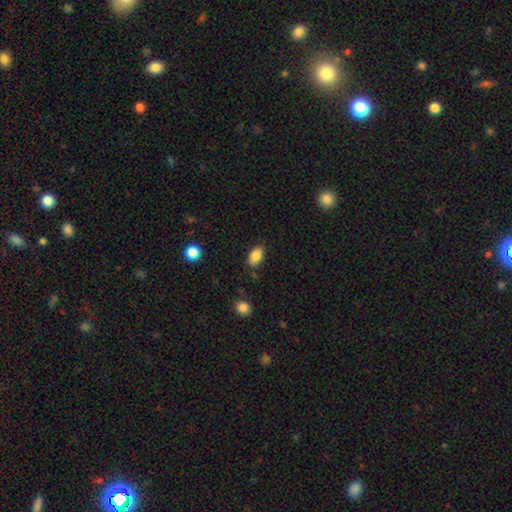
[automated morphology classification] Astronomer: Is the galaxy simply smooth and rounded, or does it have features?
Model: smooth — 87%.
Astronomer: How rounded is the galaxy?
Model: in between — 92%.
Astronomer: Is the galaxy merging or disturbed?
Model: none — 82%.